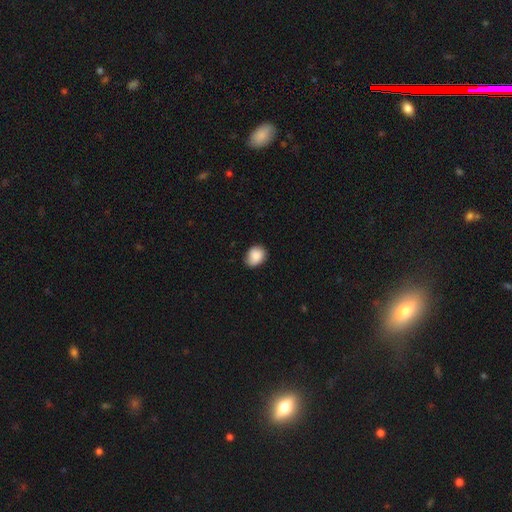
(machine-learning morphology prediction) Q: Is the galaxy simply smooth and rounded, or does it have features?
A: smooth — 87%.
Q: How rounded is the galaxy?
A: in between — 51%.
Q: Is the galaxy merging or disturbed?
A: none — 71%.